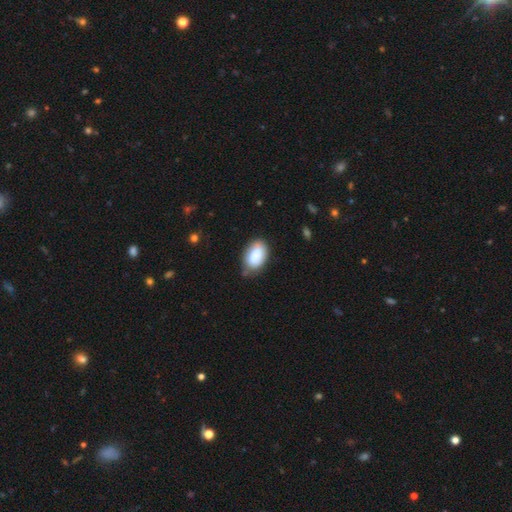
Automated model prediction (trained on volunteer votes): Overall: smooth (84%). How rounded: in between (92%). Merging: none (68%).